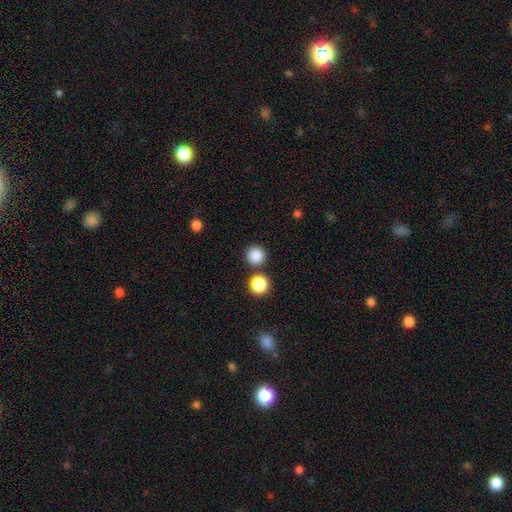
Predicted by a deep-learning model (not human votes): Smooth or featured: smooth — 85% (star or artifact — 11%)
How rounded: round — 94% (in between — 5%)
Merging: none — 82% (merger — 9%)